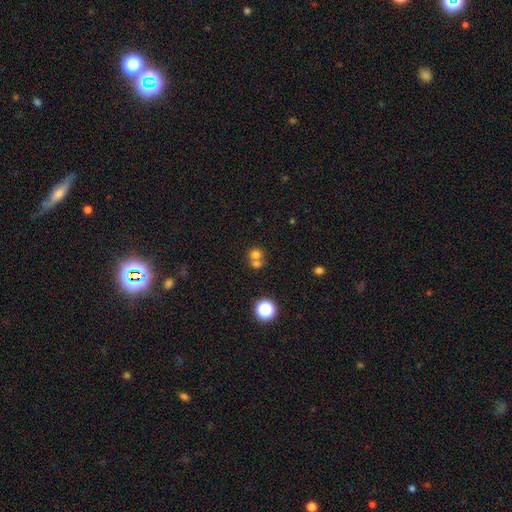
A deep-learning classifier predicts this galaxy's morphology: Smooth or featured?
  - smooth: 70% *
  - star or artifact: 17%
  - featured or disk: 13%
How rounded?
  - round: 83% *
  - in between: 16%
  - cigar-shaped: 1%
Merging?
  - merger: 54% *
  - none: 38%
  - minor disturbance: 5%
  - major disturbance: 3%